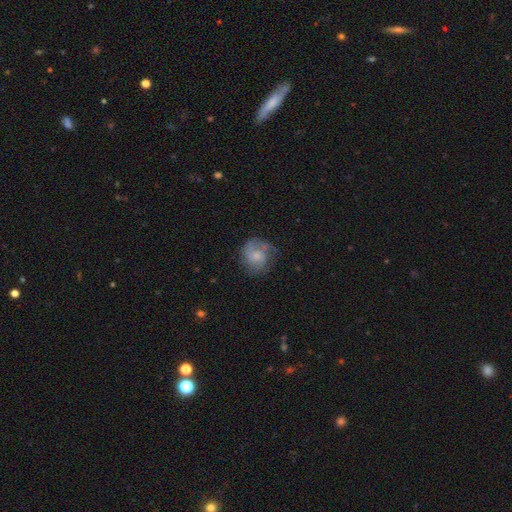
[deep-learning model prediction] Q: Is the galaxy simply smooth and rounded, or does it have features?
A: featured or disk — 51%.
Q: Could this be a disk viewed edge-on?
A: no — 98%.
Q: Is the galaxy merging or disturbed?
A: none — 60%.